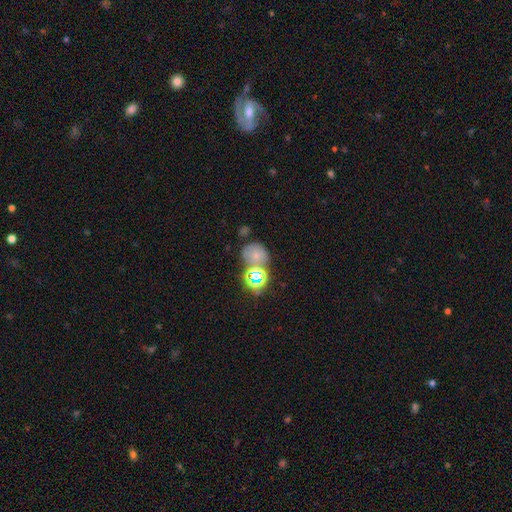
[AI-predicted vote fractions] Morphology: type=smooth (57%); roundness=round (66%); merging=none (50%).